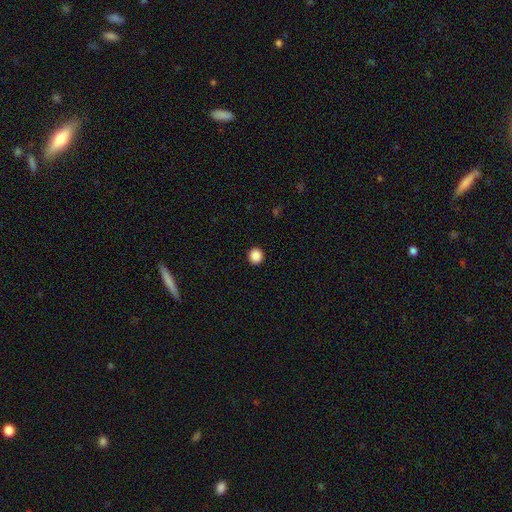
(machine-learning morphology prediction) A smooth galaxy with no disk features (89%) that is round (93%).

Vote fractions:
- Smooth or featured? smooth: 89% / star or artifact: 9% / featured or disk: 2%
- How rounded? round: 93% / in between: 6% / cigar-shaped: 1%
- Merging? none: 94% / minor disturbance: 4% / major disturbance: 1% / merger: 1%